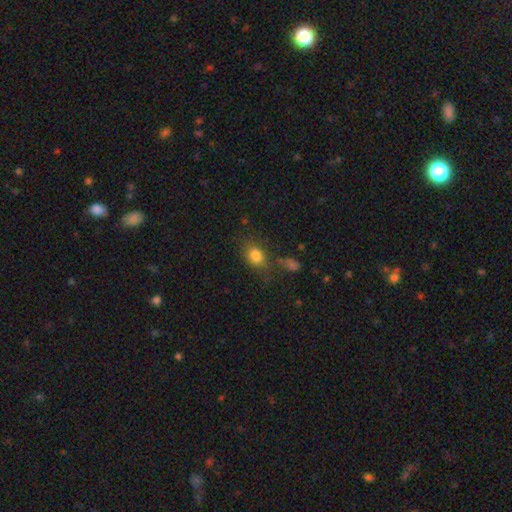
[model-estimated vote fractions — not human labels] smooth-or-featured: smooth: 80% | star or artifact: 12% | featured or disk: 9%
  how-rounded: in between: 60% | round: 38% | cigar-shaped: 3%
  merging: none: 61% | minor disturbance: 19% | merger: 10% | major disturbance: 10%